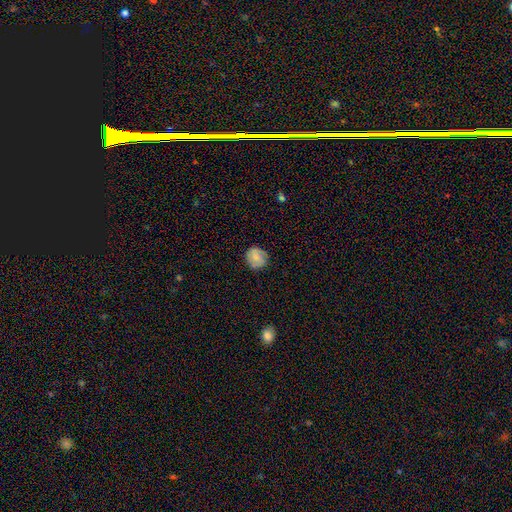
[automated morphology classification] Smooth or featured?
  - smooth: 74% *
  - featured or disk: 18%
  - star or artifact: 8%
How rounded?
  - round: 87% *
  - in between: 12%
  - cigar-shaped: 1%
Merging?
  - none: 82% *
  - minor disturbance: 14%
  - major disturbance: 3%
  - merger: 1%